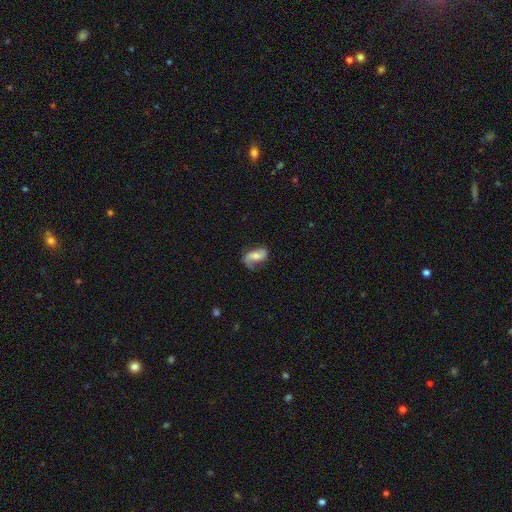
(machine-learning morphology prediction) This appears to be a featured or disk galaxy (70%) with no bar (49%), 2 (72%) loose (54%) spiral arms (92%) and a moderate central bulge (54%). Merging: none (58%).